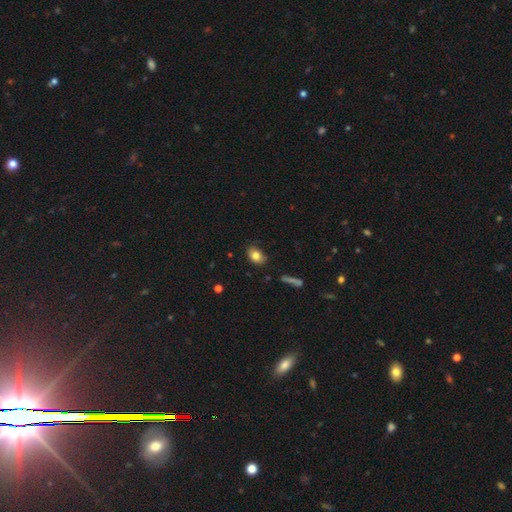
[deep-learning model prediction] Smooth or featured?
  - smooth: 81% *
  - featured or disk: 10%
  - star or artifact: 9%
How rounded?
  - in between: 77% *
  - round: 21%
  - cigar-shaped: 2%
Merging?
  - none: 77% *
  - minor disturbance: 18%
  - major disturbance: 3%
  - merger: 2%